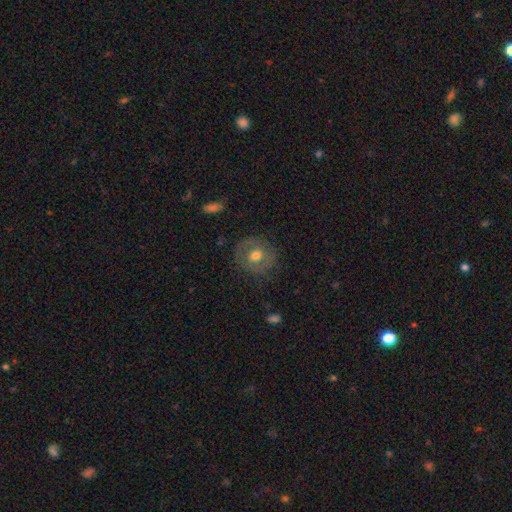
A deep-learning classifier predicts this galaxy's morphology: Smooth or featured? Predicted: smooth (p=0.50). Merging? Predicted: none (p=0.80).